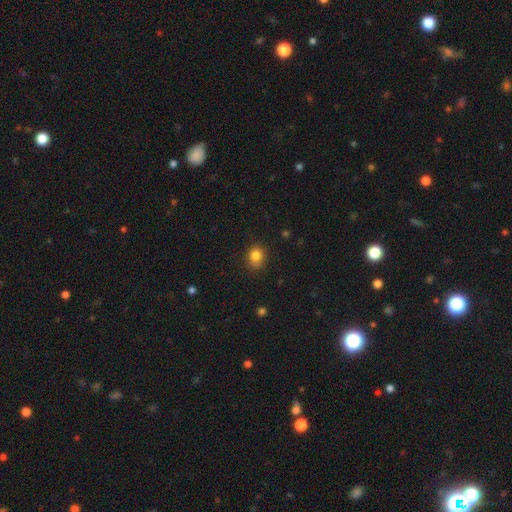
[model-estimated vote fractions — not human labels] Smooth or featured?
  - smooth: 83% *
  - star or artifact: 11%
  - featured or disk: 5%
How rounded?
  - round: 71% *
  - in between: 29%
  - cigar-shaped: 1%
Merging?
  - none: 80% *
  - minor disturbance: 15%
  - major disturbance: 3%
  - merger: 1%